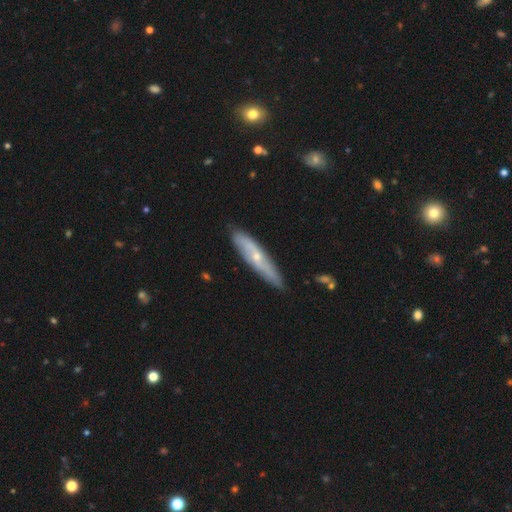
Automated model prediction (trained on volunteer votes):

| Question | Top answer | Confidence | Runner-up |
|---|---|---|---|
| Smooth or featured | featured or disk | 61% | smooth (33%) |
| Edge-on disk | yes | 56% | no (44%) |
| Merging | none | 82% | minor disturbance (14%) |